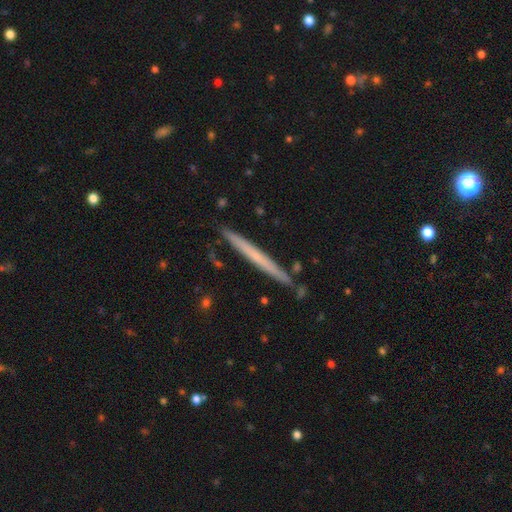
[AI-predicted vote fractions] Smooth or featured? featured or disk (49%)
Merging? none (89%)